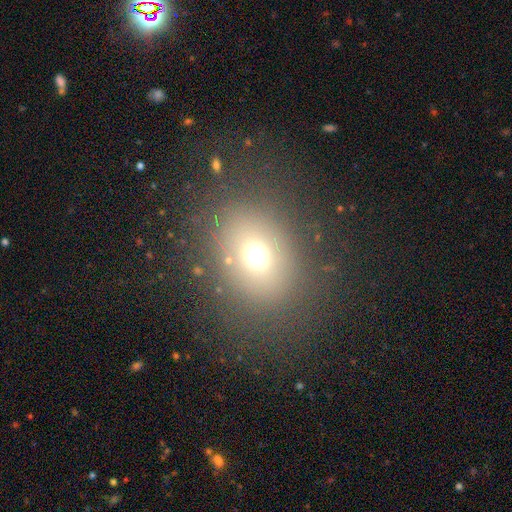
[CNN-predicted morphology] A smooth galaxy with no disk features (67%) that is round (54%).

Vote fractions:
- Smooth or featured? smooth: 67% / star or artifact: 21% / featured or disk: 12%
- How rounded? round: 54% / in between: 45% / cigar-shaped: 1%
- Merging? none: 81% / minor disturbance: 9% / major disturbance: 7% / merger: 2%